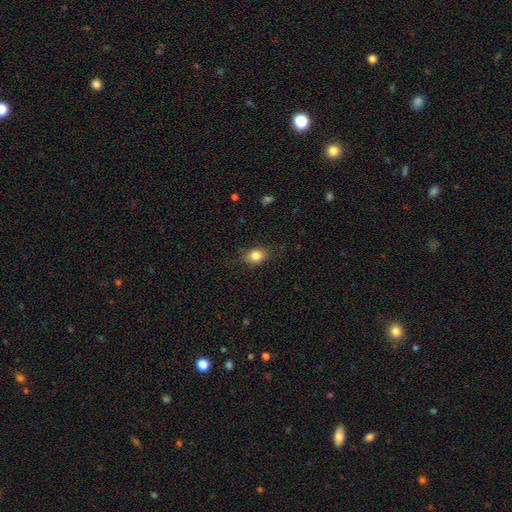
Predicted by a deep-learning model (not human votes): Smooth or featured?
  - smooth: 83% *
  - star or artifact: 9%
  - featured or disk: 7%
How rounded?
  - in between: 67% *
  - round: 32%
  - cigar-shaped: 2%
Merging?
  - none: 81% *
  - minor disturbance: 14%
  - major disturbance: 4%
  - merger: 1%